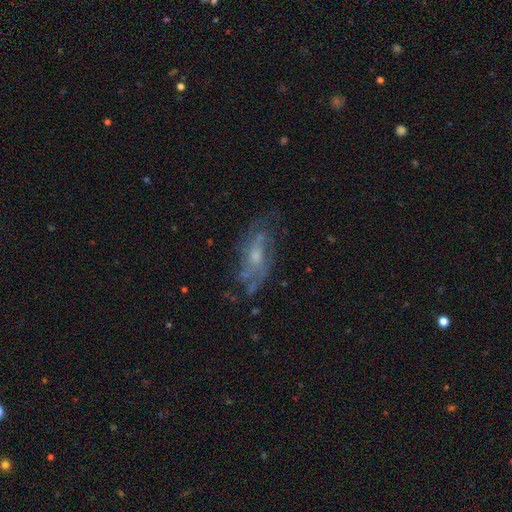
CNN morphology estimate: The model was most divided on "spiral arm count": can't tell: 38%, 2: 32%, 3: 14%, 4: 7%, 1: 5%, more than 4: 4%. Remaining: edge-on disk — no (89%); spiral arms — yes (83%); smooth or featured — featured or disk (74%); merging — none (65%); bar — no (64%); bulge size — moderate (47%); spiral winding — medium (43%).